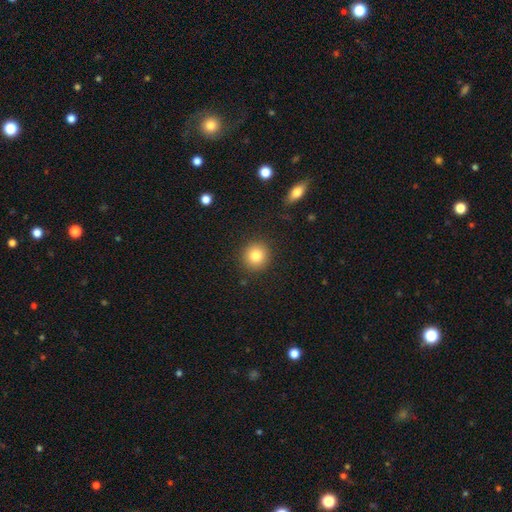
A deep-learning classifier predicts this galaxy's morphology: Smooth or featured? smooth (83%)
How rounded? round (90%)
Merging? none (90%)